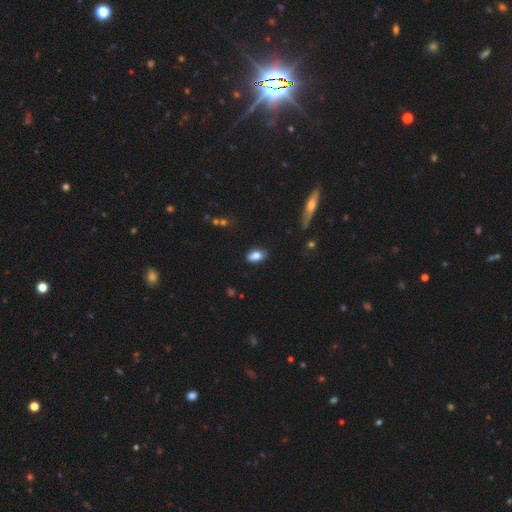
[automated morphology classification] type=smooth (83%); roundness=in between (90%); merging=none (82%).